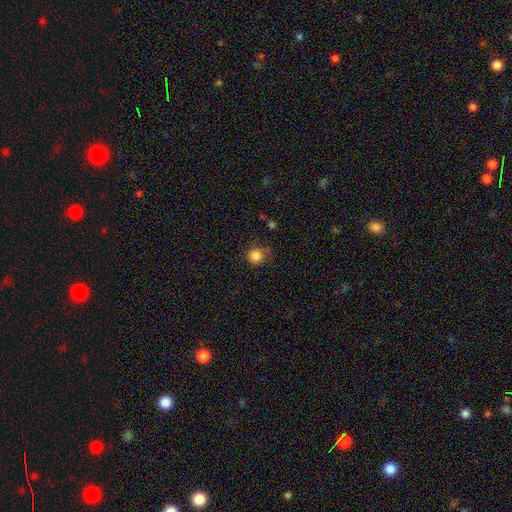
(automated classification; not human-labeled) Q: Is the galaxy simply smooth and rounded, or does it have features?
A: smooth — 84%.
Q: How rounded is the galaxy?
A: round — 94%.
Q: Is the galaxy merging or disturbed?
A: none — 76%.